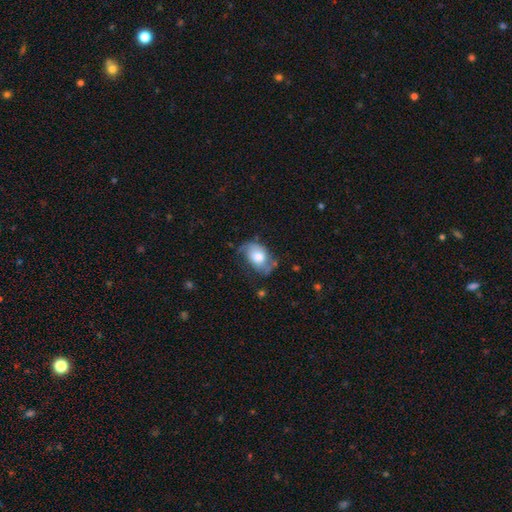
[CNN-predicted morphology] Overall: featured or disk (47%; smooth 46%). Merging: none (51%; minor disturbance 30%).